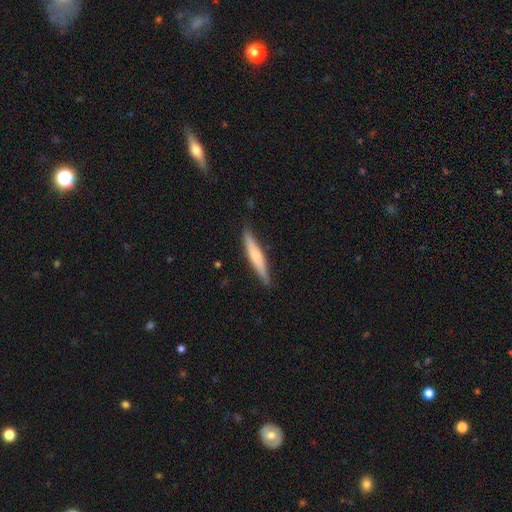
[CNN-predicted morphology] Smooth or featured? smooth (59%)
How rounded? cigar-shaped (92%)
Merging? none (87%)